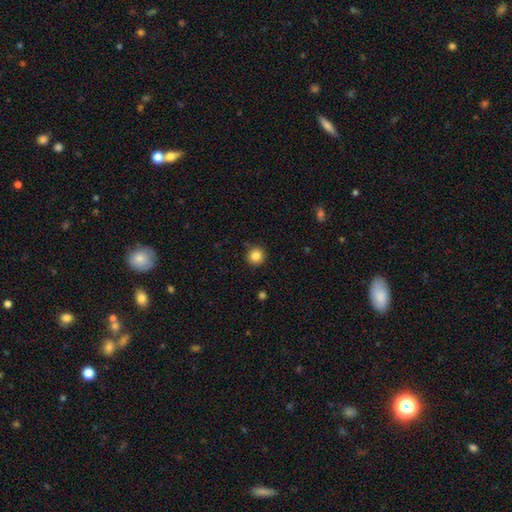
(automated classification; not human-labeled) The model was most divided on "smooth or featured": smooth: 84%, star or artifact: 10%, featured or disk: 5%. More confident: how rounded — round (94%); merging — none (91%).